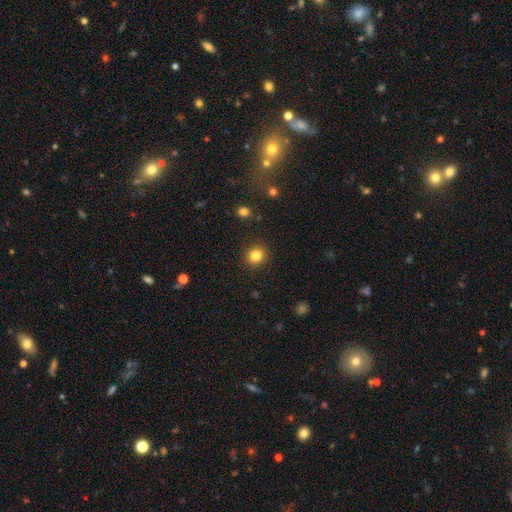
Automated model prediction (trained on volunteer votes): smooth 83%, star or artifact 12%, featured or disk 5%. Down the decision tree: how rounded — round (86%); merging — none (91%).